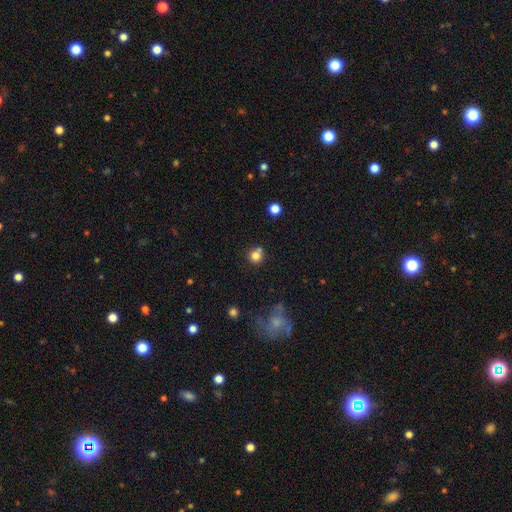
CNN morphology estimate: This appears to be a smooth galaxy with no disk features (79%) that is round (91%). Merging: none (66%).